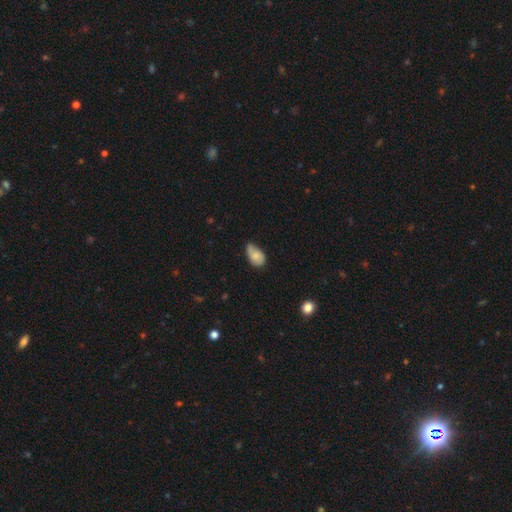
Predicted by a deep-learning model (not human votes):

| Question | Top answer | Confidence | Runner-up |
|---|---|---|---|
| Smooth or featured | smooth | 75% | featured or disk (18%) |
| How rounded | in between | 90% | round (8%) |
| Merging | minor disturbance | 45% | none (42%) |